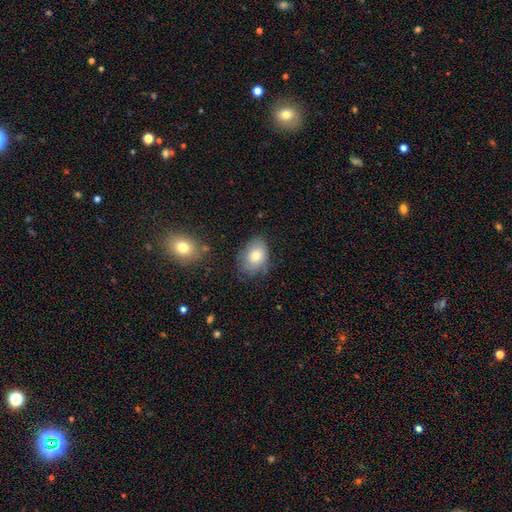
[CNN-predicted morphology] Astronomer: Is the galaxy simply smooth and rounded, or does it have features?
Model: smooth — 73%.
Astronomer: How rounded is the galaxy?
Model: in between — 78%.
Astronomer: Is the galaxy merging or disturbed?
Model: none — 64%.